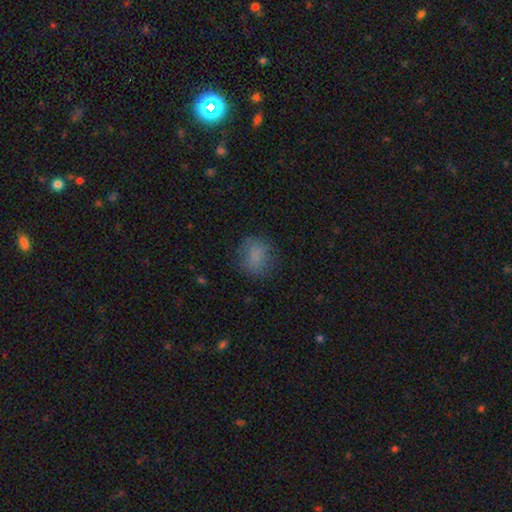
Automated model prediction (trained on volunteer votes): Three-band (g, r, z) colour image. It shows a smooth galaxy with no disk features (81%) that is round (68%). Merging: none (76%).